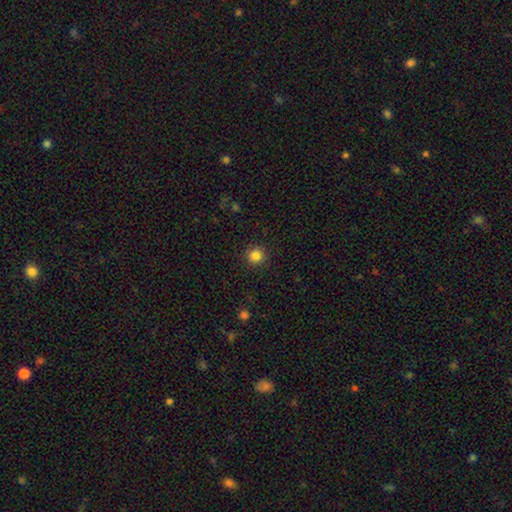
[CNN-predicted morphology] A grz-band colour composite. It shows a smooth galaxy with no disk features (84%) that is round (94%). Merging: none (91%).